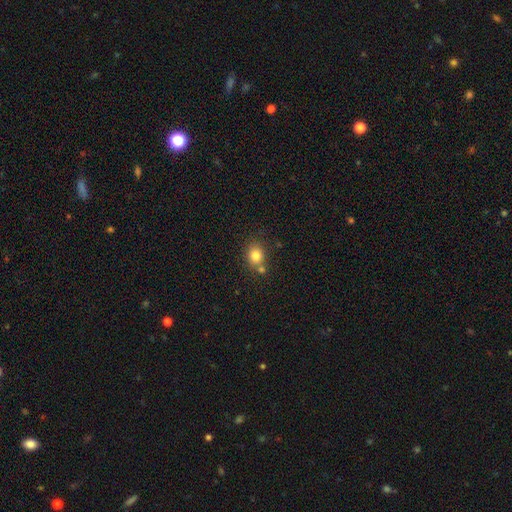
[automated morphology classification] A smooth galaxy with no disk features (81%) that is round (64%).

Vote fractions:
- Smooth or featured? smooth: 81% / star or artifact: 11% / featured or disk: 8%
- How rounded? round: 64% / in between: 35% / cigar-shaped: 1%
- Merging? none: 67% / merger: 18% / minor disturbance: 12% / major disturbance: 3%